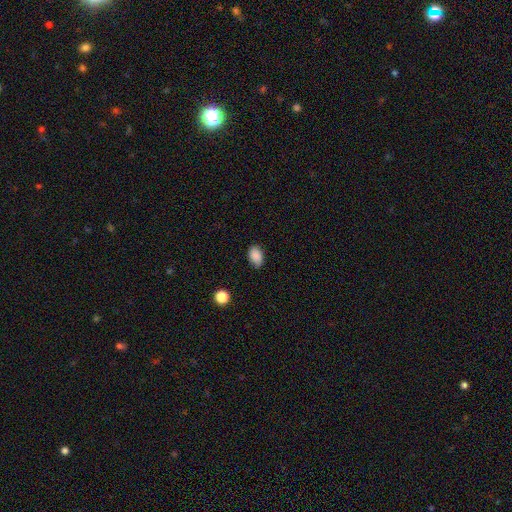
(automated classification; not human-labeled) Overall: smooth (87%). How rounded: in between (84%). Merging: none (78%).